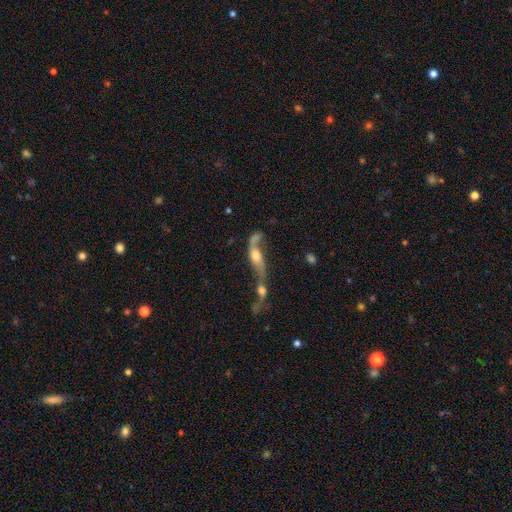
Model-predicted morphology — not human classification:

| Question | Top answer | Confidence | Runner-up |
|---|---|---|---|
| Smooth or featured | featured or disk | 57% | smooth (32%) |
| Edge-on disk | no | 75% | yes (25%) |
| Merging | merger | 71% | major disturbance (12%) |